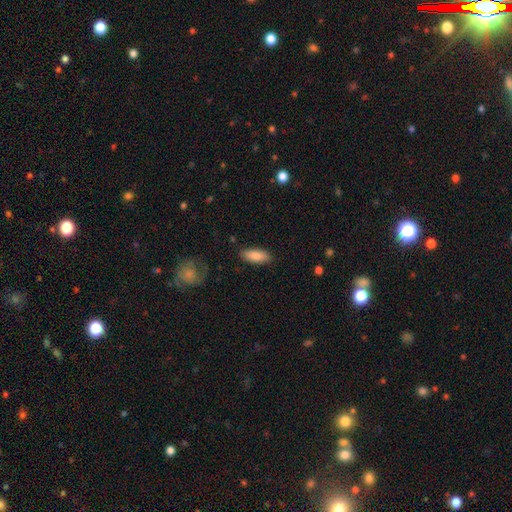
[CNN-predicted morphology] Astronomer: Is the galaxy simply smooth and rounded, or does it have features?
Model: smooth — 84%.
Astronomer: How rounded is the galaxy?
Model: in between — 75%.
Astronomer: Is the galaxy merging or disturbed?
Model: none — 86%.